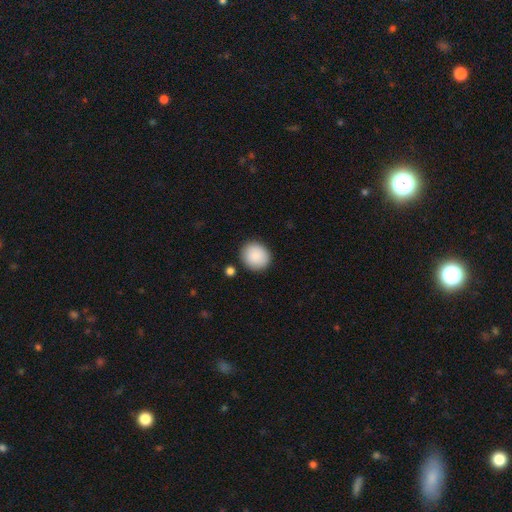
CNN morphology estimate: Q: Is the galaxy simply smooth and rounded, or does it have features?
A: smooth — 90%.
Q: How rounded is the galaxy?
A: round — 84%.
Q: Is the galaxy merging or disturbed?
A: none — 88%.